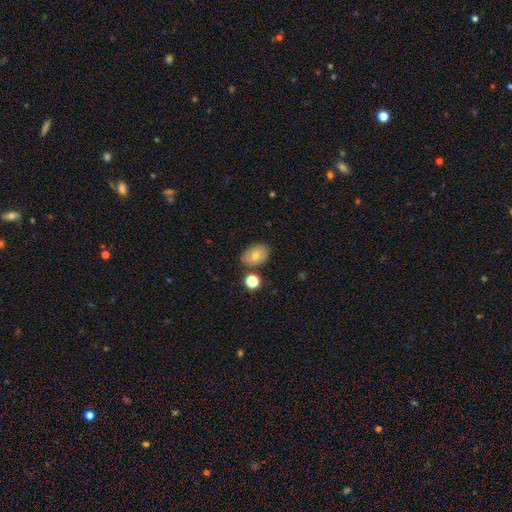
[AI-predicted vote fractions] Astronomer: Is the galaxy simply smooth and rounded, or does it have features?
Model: smooth — 73%.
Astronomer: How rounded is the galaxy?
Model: in between — 75%.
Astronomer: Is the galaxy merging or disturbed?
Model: none — 76%.